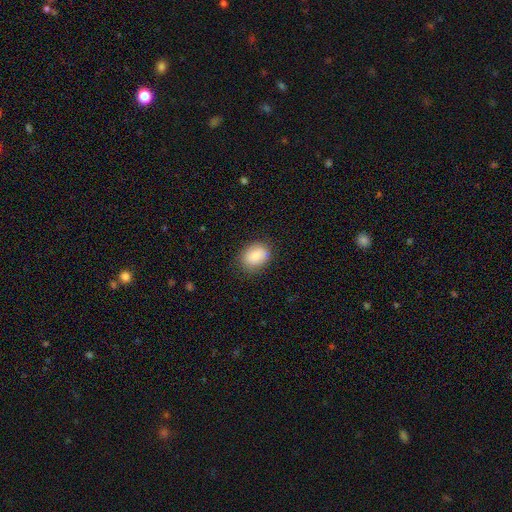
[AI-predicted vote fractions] Smooth or featured: smooth — 86% (star or artifact — 7%)
How rounded: in between — 64% (round — 35%)
Merging: none — 81% (minor disturbance — 15%)